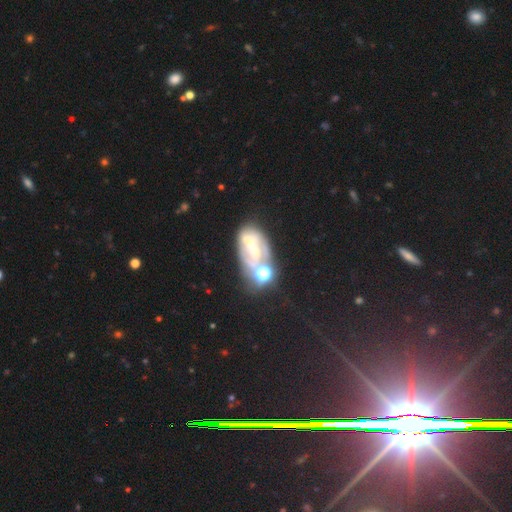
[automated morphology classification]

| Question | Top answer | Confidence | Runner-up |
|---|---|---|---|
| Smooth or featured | featured or disk | 54% | smooth (23%) |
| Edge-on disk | no | 94% | yes (6%) |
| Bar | no | 66% | weak (21%) |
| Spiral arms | no | 65% | yes (35%) |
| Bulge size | small | 36% | none (27%) |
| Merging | merger | 31% | none (29%) |